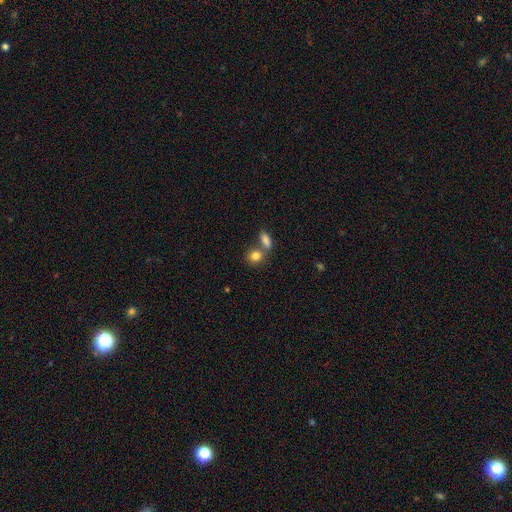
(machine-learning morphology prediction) A smooth galaxy with no disk features (83%) that is round (51%).

Vote fractions:
- Smooth or featured? smooth: 83% / star or artifact: 9% / featured or disk: 8%
- How rounded? round: 51% / in between: 47% / cigar-shaped: 2%
- Merging? none: 46% / merger: 41% / minor disturbance: 9% / major disturbance: 4%